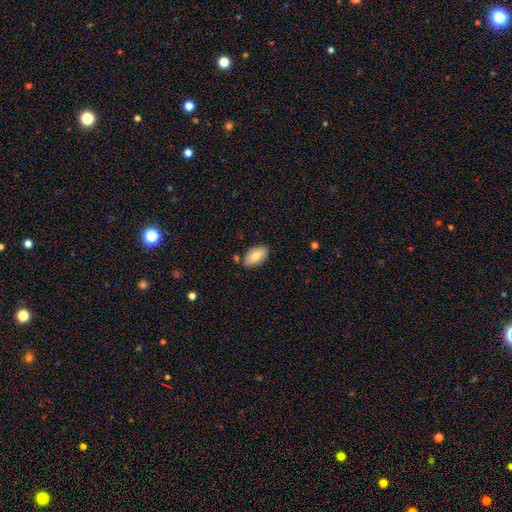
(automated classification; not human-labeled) A smooth galaxy with no disk features (77%) that is in between round and cigar-shaped (93%).

Vote fractions:
- Smooth or featured? smooth: 77% / featured or disk: 16% / star or artifact: 7%
- How rounded? in between: 93% / round: 3% / cigar-shaped: 3%
- Merging? none: 80% / minor disturbance: 14% / merger: 4% / major disturbance: 2%